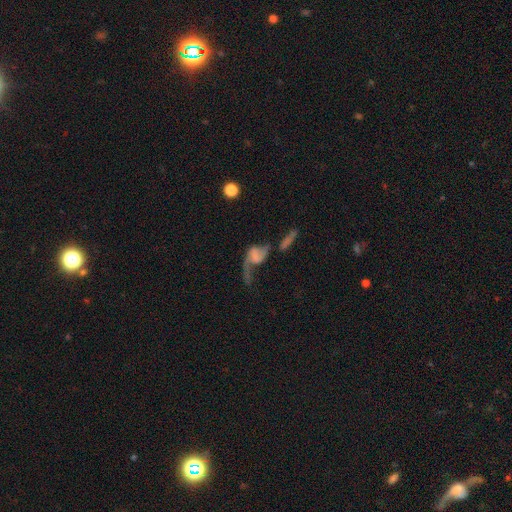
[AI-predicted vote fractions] Smooth or featured: featured or disk — 64% (smooth — 25%)
Edge-on disk: no — 95% (yes — 5%)
Bar: no — 57% (weak — 29%)
Spiral arms: yes — 79% (no — 21%)
Bulge size: none — 67% (small — 12%)
Merging: major disturbance — 35% (merger — 26%)